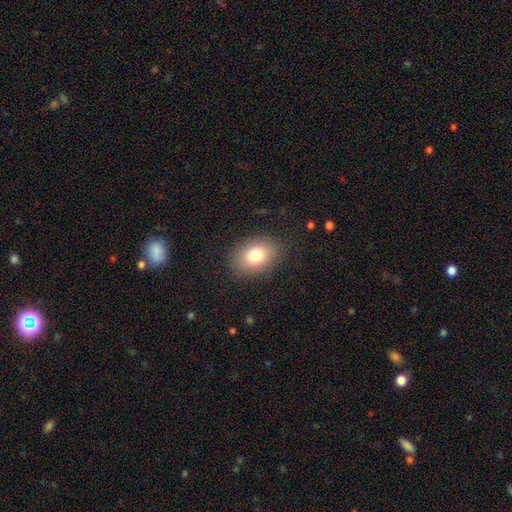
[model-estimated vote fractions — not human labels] This is likely a smooth galaxy (80%). How rounded: likely in between (78%). Merging: clearly none (85%).